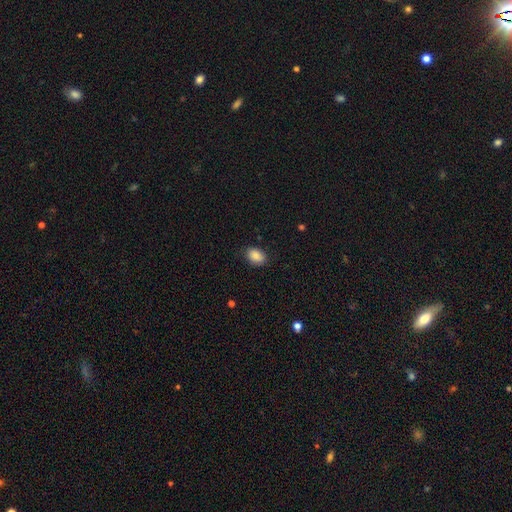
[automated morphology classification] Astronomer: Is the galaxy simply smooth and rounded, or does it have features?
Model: smooth — 86%.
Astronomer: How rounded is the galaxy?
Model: in between — 79%.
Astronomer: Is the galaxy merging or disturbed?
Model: none — 83%.